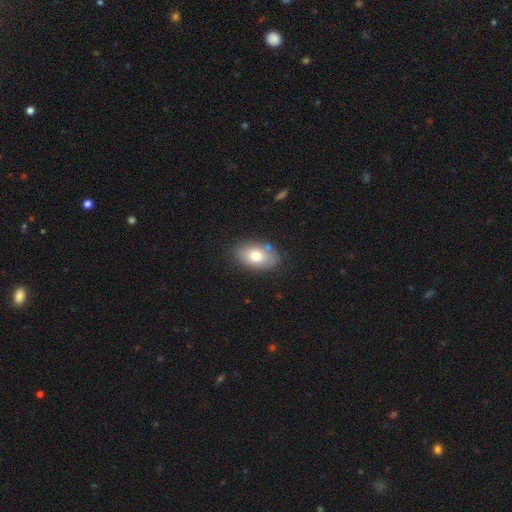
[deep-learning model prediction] This appears to be a smooth galaxy with no disk features (75%) that is in between round and cigar-shaped (90%). Merging: none (79%).